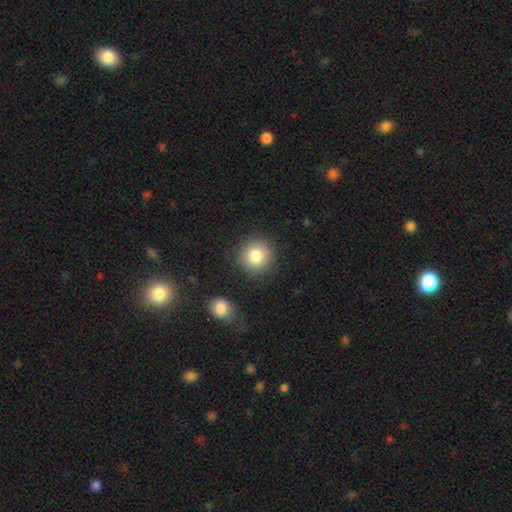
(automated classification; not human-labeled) Smooth or featured? smooth (84%)
How rounded? round (93%)
Merging? none (86%)